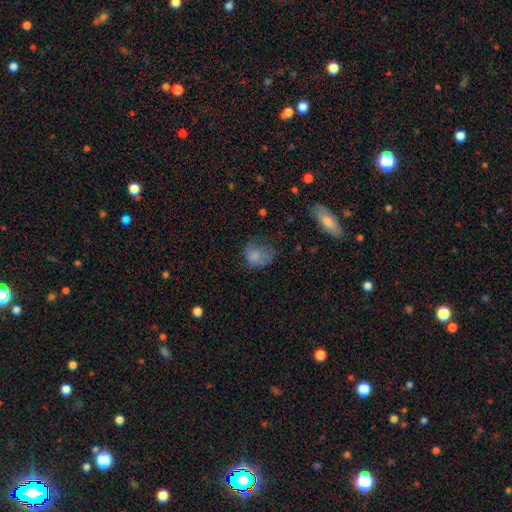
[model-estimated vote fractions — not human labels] smooth_or_featured: smooth (p=0.71) [alt: featured or disk p=0.17]
how_rounded: round (p=0.56) [alt: in between p=0.43]
merging: none (p=0.44) [alt: minor disturbance p=0.28]